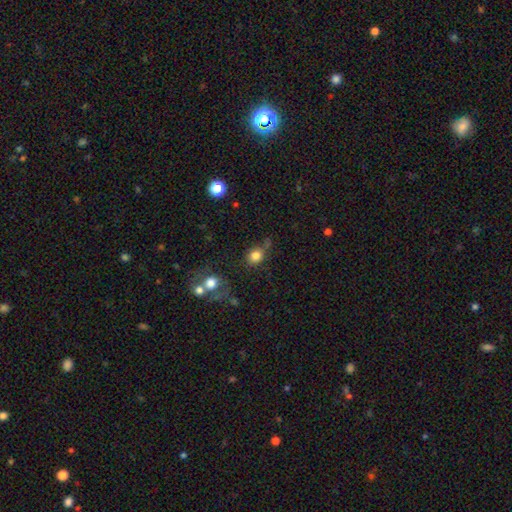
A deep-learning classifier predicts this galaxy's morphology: Smooth or featured? Predicted: smooth (p=0.81). How rounded? Predicted: round (p=0.72). Merging? Predicted: none (p=0.64).